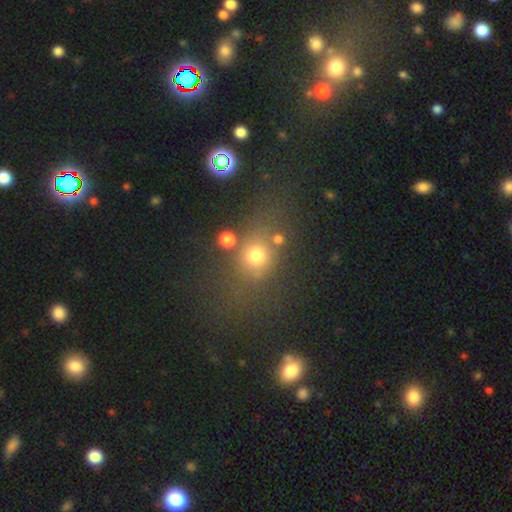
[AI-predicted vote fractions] The model was most divided on "how rounded": round: 60%, in between: 36%, cigar-shaped: 4%. More confident: smooth or featured — smooth (67%); merging — none (61%).